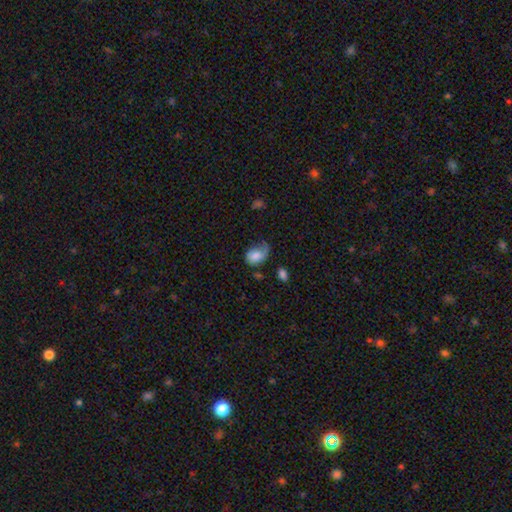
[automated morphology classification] A smooth galaxy with no disk features (68%) that is in between round and cigar-shaped (76%). Merging: major disturbance (35%).